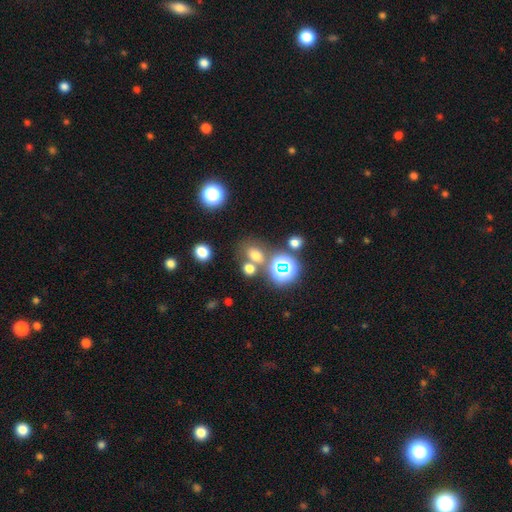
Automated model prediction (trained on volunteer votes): This appears to be a smooth galaxy with no disk features (62%) that is in between round and cigar-shaped (52%). Merging: none (59%).